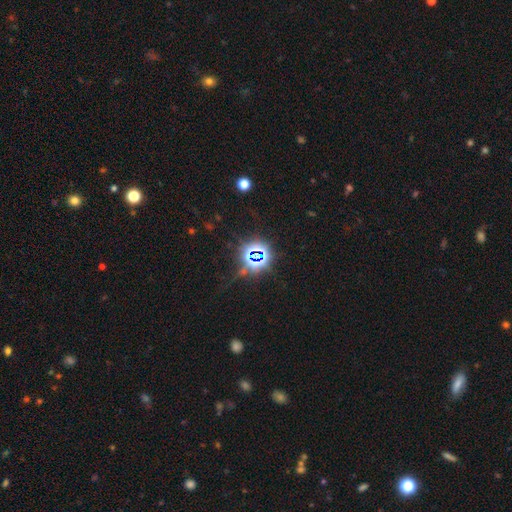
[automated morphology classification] Overall: star or artifact (79%).